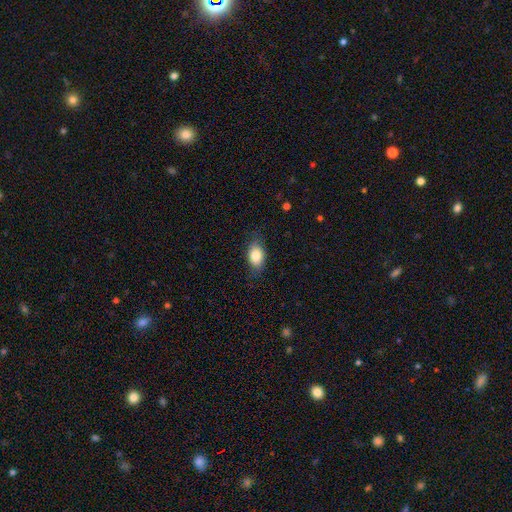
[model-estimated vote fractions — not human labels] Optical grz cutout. It shows a smooth galaxy with no disk features (85%) that is in between round and cigar-shaped (85%). Merging: none (77%).